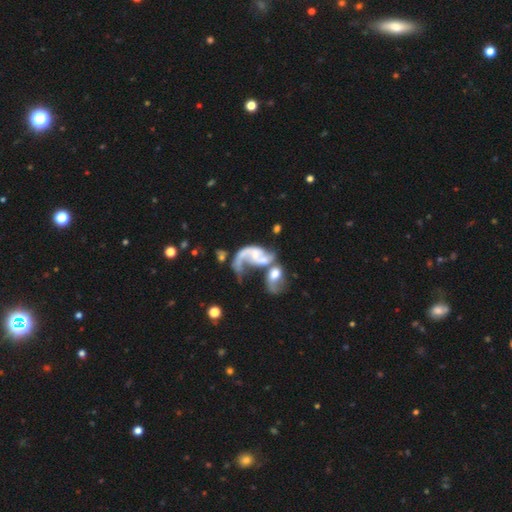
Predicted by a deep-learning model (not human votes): Overall: featured or disk (79%). Edge-on disk: no (97%). Bar: no (52%; weak 35%). Spiral arms: yes (86%). Spiral arm count: 2 (58%; 1 32%). Spiral winding: loose (71%). Bulge size: small (38%; moderate 32%). Merging: merger (66%).